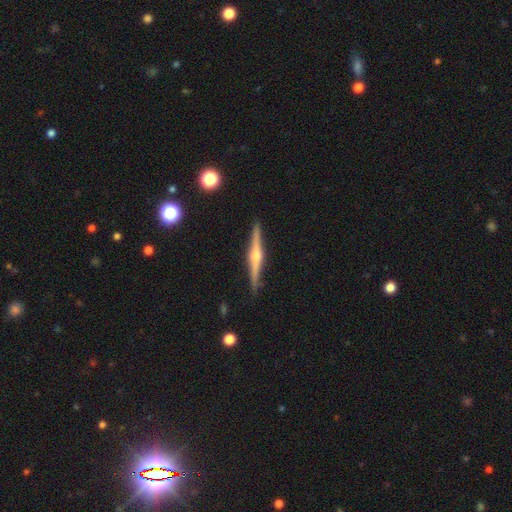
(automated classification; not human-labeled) Smooth or featured? Predicted: featured or disk (p=0.82). Edge-on disk? Predicted: yes (p=0.98). Edge-on bulge? Predicted: rounded (p=0.91). Merging? Predicted: none (p=0.91).